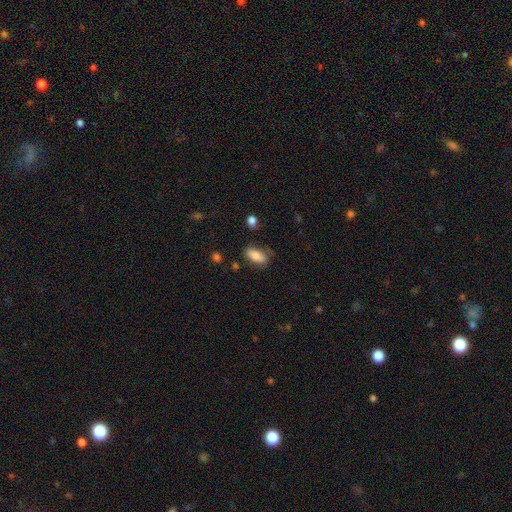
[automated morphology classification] Smooth or featured? Predicted: smooth (p=0.81). How rounded? Predicted: in between (p=0.85). Merging? Predicted: none (p=0.68).